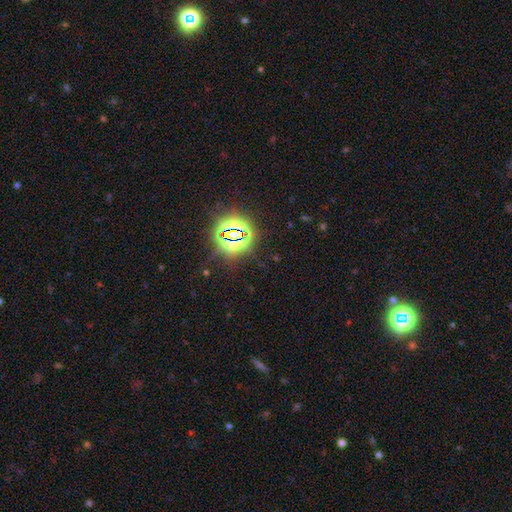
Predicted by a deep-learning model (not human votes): Q: Smooth or featured?
A: star or artifact (82%); runner-up: smooth (12%)